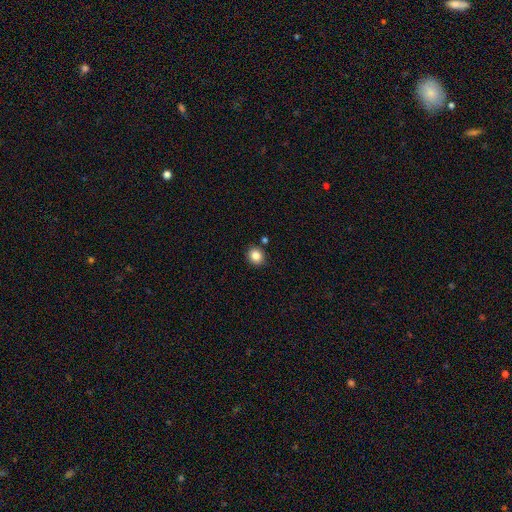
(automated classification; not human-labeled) Smooth or featured?
  - smooth: 84% *
  - star or artifact: 10%
  - featured or disk: 6%
How rounded?
  - round: 78% *
  - in between: 21%
  - cigar-shaped: 1%
Merging?
  - none: 87% *
  - minor disturbance: 8%
  - merger: 4%
  - major disturbance: 2%